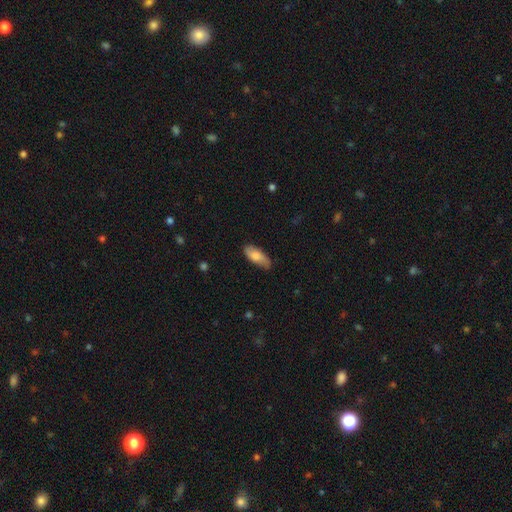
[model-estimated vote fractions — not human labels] Smooth or featured?
  - smooth: 77% *
  - featured or disk: 17%
  - star or artifact: 6%
How rounded?
  - in between: 79% *
  - cigar-shaped: 19%
  - round: 2%
Merging?
  - none: 77% *
  - minor disturbance: 19%
  - major disturbance: 3%
  - merger: 1%